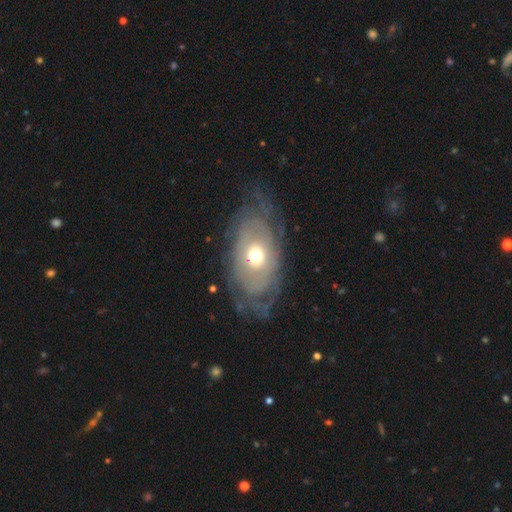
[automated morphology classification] A featured or disk galaxy (67%) with no bar (86%), spiral arms (56%) and a moderate central bulge (68%). Merging: none (65%).